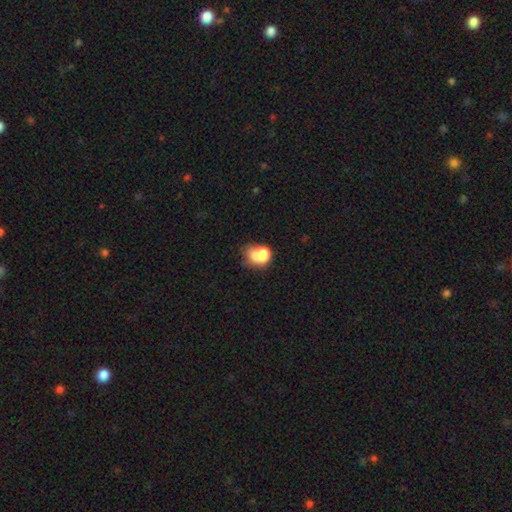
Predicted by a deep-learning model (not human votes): A smooth galaxy with no disk features (68%) that is round (53%). Merging: merger (47%).